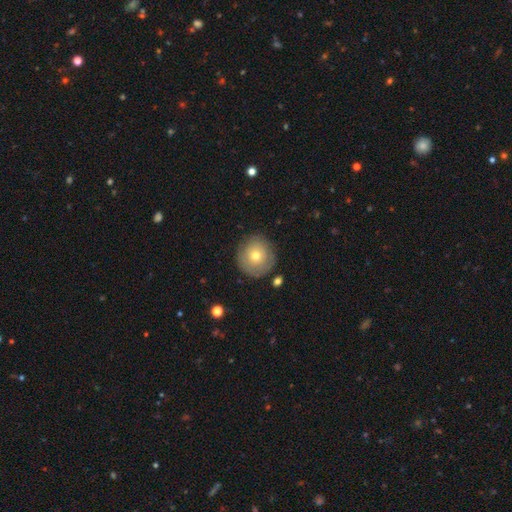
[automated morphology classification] Overall: smooth (65%; featured or disk 26%). How rounded: round (92%). Merging: none (83%).